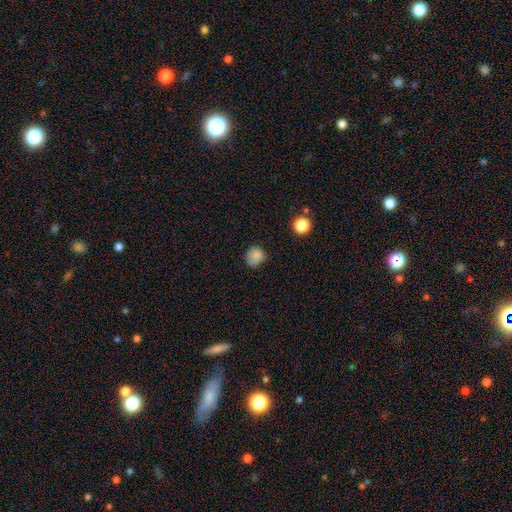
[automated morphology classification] smooth 82%, star or artifact 12%, featured or disk 6%. Down the decision tree: how rounded — round (76%); merging — none (66%).